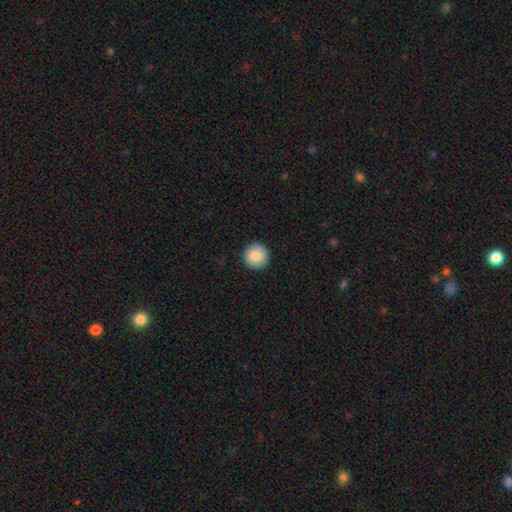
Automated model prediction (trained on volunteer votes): smooth 87%, star or artifact 7%, featured or disk 6%. Down the decision tree: how rounded — round (95%); merging — none (91%).